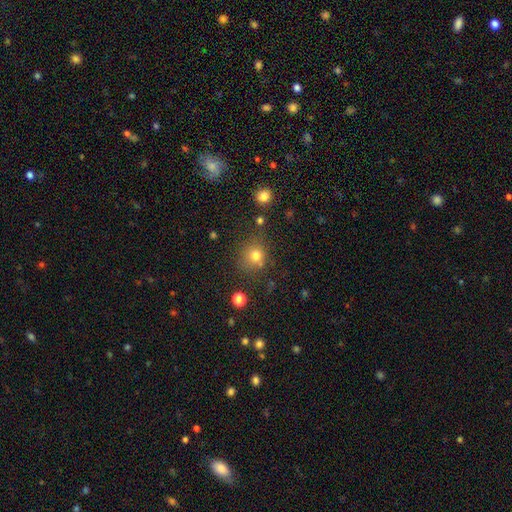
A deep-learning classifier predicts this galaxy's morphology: This is likely a smooth galaxy (76%). How rounded: clearly round (85%). Merging: likely none (73%).